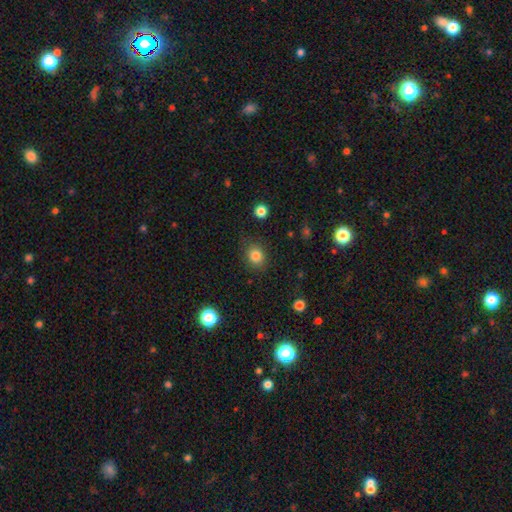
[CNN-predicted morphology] Overall: smooth (83%). How rounded: round (71%). Merging: none (83%).